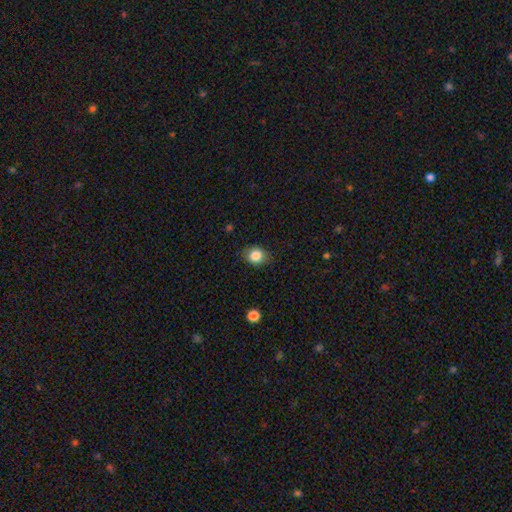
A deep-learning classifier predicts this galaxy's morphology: A smooth galaxy with no disk features (84%) that is round (63%). Merging: none (84%).